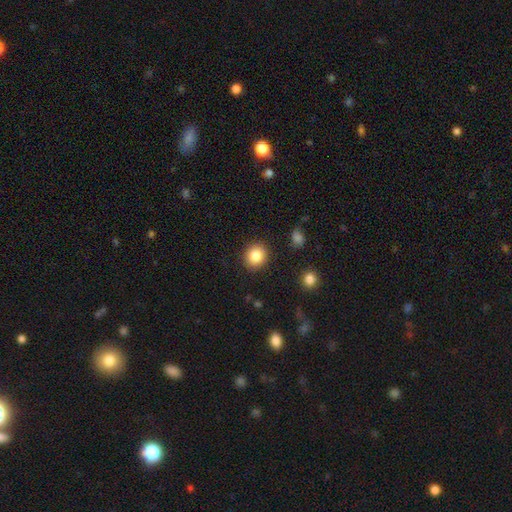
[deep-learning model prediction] smooth-or-featured: smooth: 85% | star or artifact: 9% | featured or disk: 6%
  how-rounded: round: 75% | in between: 24% | cigar-shaped: 1%
  merging: none: 89% | minor disturbance: 7% | major disturbance: 2% | merger: 1%